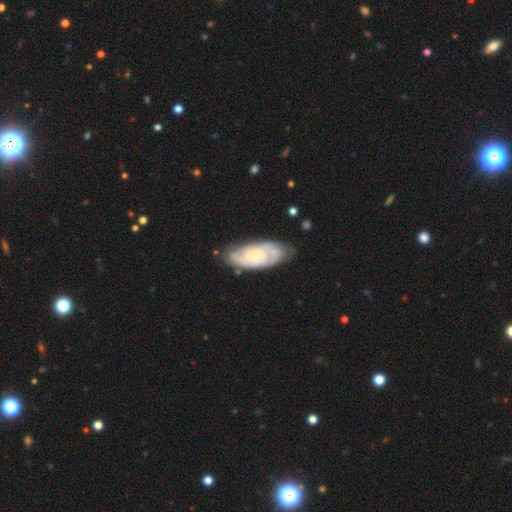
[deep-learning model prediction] This is likely a featured or disk galaxy (72%). It is clearly not viewed edge-on (92%). Bar: likely no (74%). Spiral arm pattern: clearly yes (90%). Spiral arm count: marginally can't tell (43%). Spiral winding: likely tight (65%). Central bulge: likely small (68%). Merging: likely none (70%).